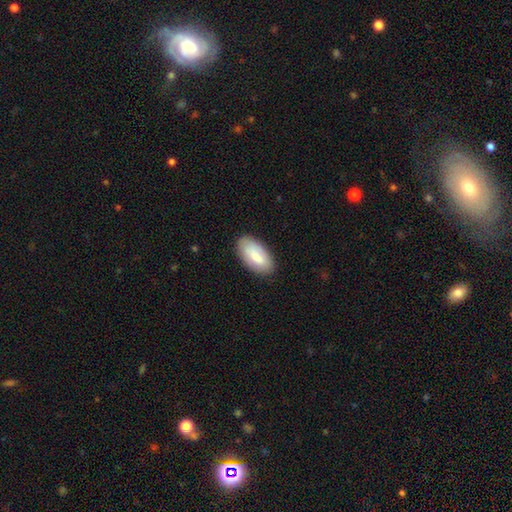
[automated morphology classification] smooth_or_featured: smooth (p=0.80) [alt: featured or disk p=0.14]
how_rounded: in between (p=0.94) [alt: cigar-shaped p=0.03]
merging: none (p=0.84) [alt: minor disturbance p=0.12]